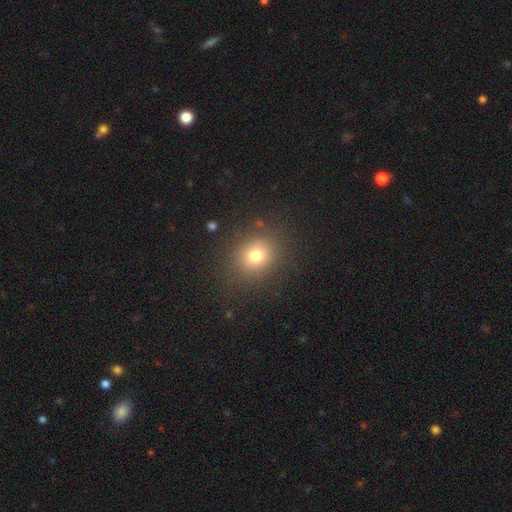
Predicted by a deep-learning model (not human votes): This is likely a smooth galaxy (75%). How rounded: likely round (74%). Merging: clearly none (84%).